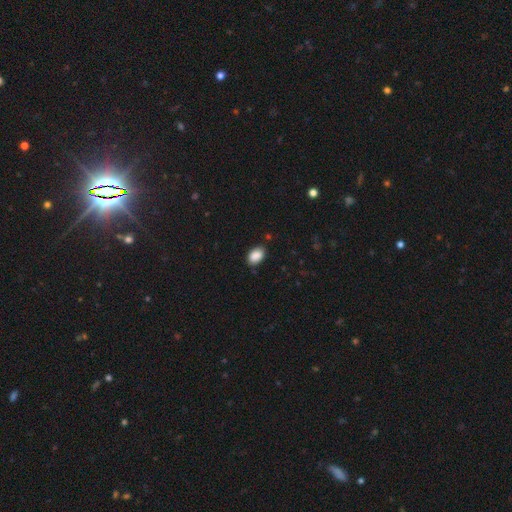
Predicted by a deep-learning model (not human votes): The model was most divided on "merging": none: 83%, minor disturbance: 13%, major disturbance: 3%, merger: 1%. More confident: smooth or featured — smooth (89%); how rounded — in between (87%).